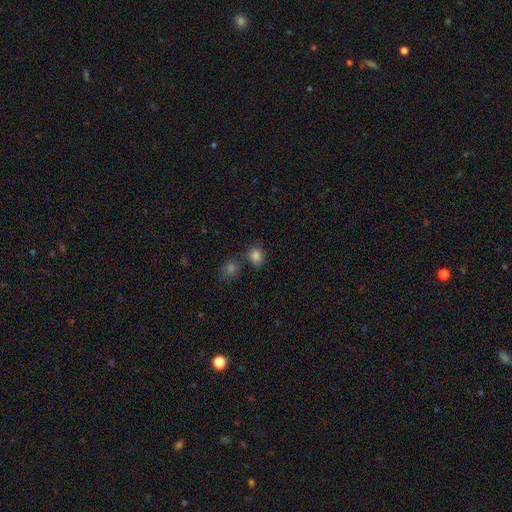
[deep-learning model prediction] This appears to be a smooth galaxy with no disk features (83%) that is round (64%). Merging: none (69%).